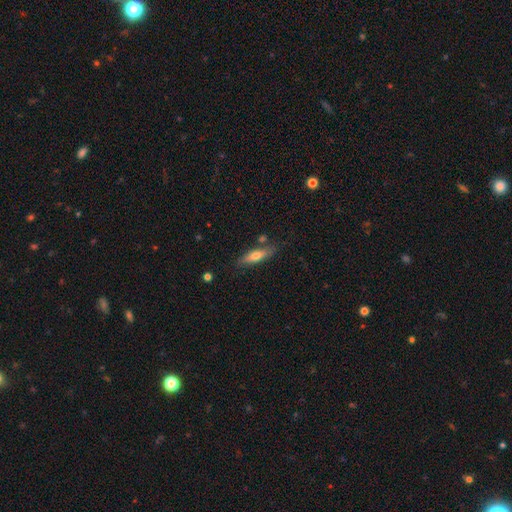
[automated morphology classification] smooth_or_featured: smooth (p=0.64) [alt: featured or disk p=0.29]
how_rounded: cigar-shaped (p=0.60) [alt: in between p=0.38]
merging: none (p=0.75) [alt: minor disturbance p=0.16]